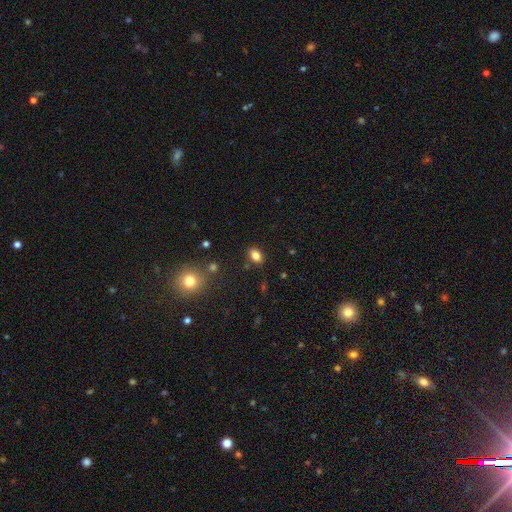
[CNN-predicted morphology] smooth_or_featured: smooth (p=0.82) [alt: star or artifact p=0.11]
how_rounded: in between (p=0.83) [alt: round p=0.15]
merging: none (p=0.85) [alt: minor disturbance p=0.10]